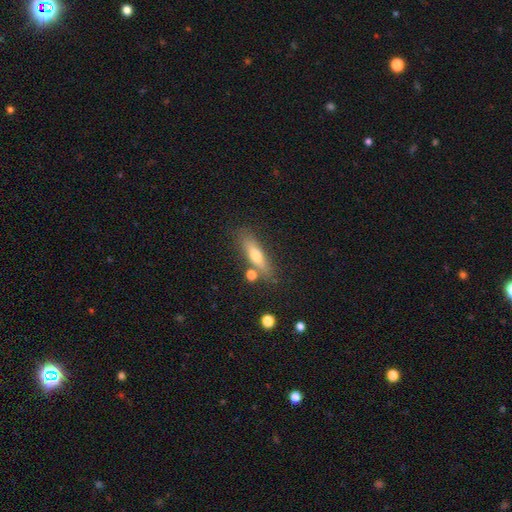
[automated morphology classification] Smooth or featured: smooth — 57% (featured or disk — 35%)
How rounded: cigar-shaped — 64% (in between — 33%)
Merging: none — 75% (minor disturbance — 13%)